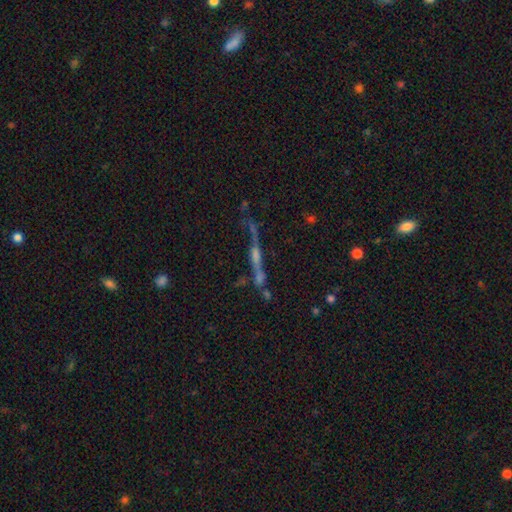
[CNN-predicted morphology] Smooth or featured? featured or disk (69%)
Edge-on disk? yes (87%)
Edge-on bulge? rounded (74%)
Merging? none (58%)